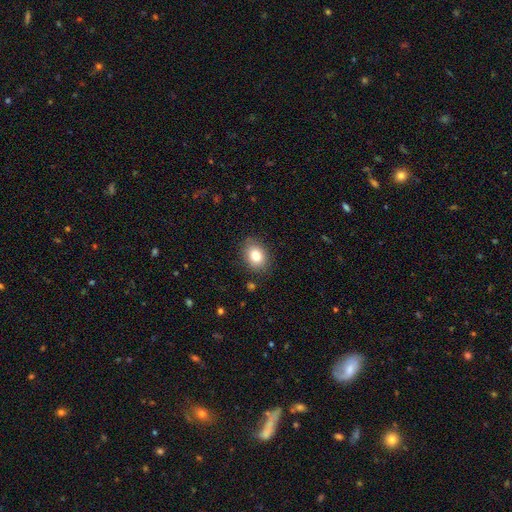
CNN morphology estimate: This is clearly a smooth galaxy (82%). How rounded: likely in between (66%). Merging: clearly none (85%).